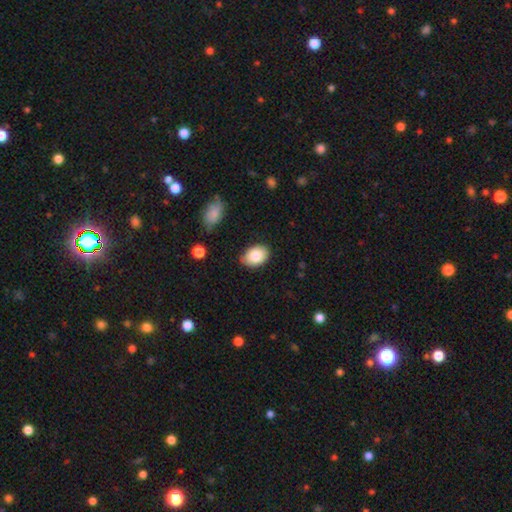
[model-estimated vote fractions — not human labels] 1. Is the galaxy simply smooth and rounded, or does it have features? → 83% smooth, 9% featured or disk, 7% star or artifact.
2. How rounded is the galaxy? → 82% in between, 17% round, 1% cigar-shaped.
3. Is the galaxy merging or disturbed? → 80% none, 16% minor disturbance, 3% major disturbance, 2% merger.